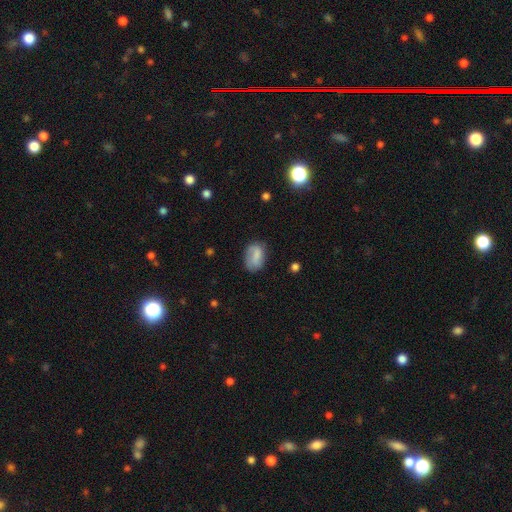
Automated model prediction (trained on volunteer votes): This is likely a smooth galaxy (77%). How rounded: clearly in between (87%). Merging: likely none (61%).